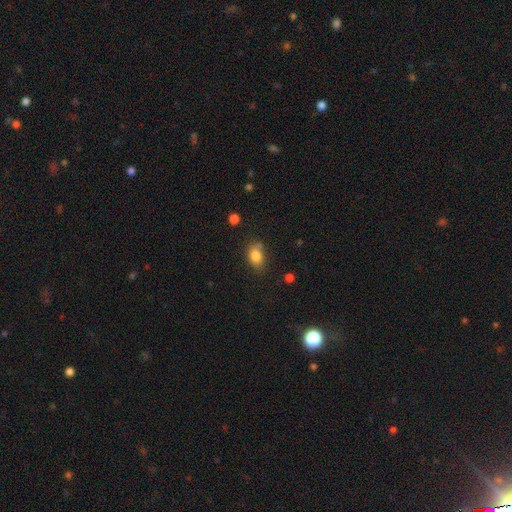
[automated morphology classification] Smooth or featured?
  - smooth: 83% *
  - star or artifact: 10%
  - featured or disk: 7%
How rounded?
  - in between: 74% *
  - round: 25%
  - cigar-shaped: 1%
Merging?
  - none: 69% *
  - minor disturbance: 19%
  - merger: 7%
  - major disturbance: 5%